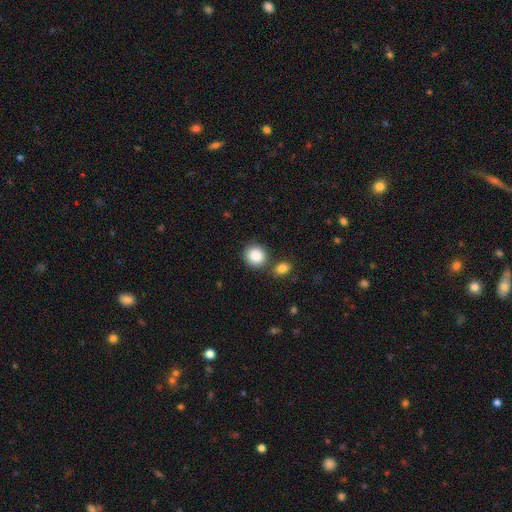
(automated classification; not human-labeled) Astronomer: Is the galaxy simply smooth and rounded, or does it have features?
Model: smooth — 88%.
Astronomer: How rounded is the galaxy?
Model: round — 84%.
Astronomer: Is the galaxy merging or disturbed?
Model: none — 74%.